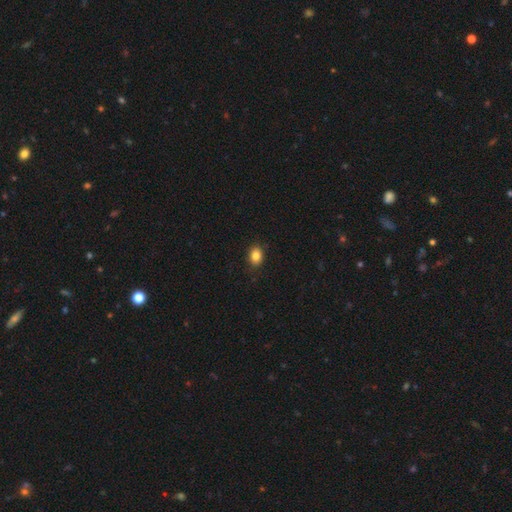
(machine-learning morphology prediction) smooth-or-featured: smooth: 85% | star or artifact: 10% | featured or disk: 5%
  how-rounded: in between: 64% | round: 35% | cigar-shaped: 1%
  merging: none: 88% | minor disturbance: 9% | major disturbance: 2% | merger: 1%